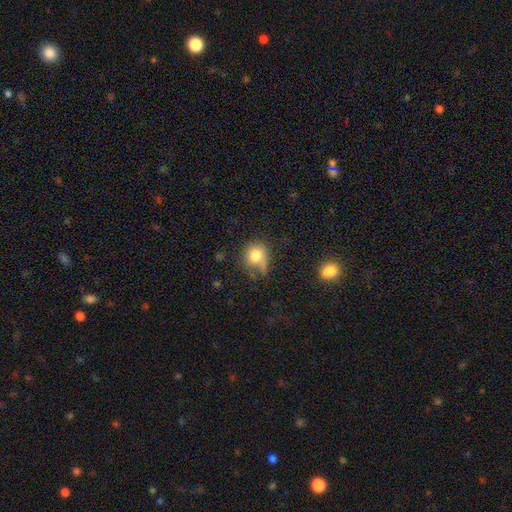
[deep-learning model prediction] smooth-or-featured: smooth: 78% | featured or disk: 11% | star or artifact: 11%
  how-rounded: round: 77% | in between: 22% | cigar-shaped: 1%
  merging: none: 50% | minor disturbance: 28% | major disturbance: 15% | merger: 6%